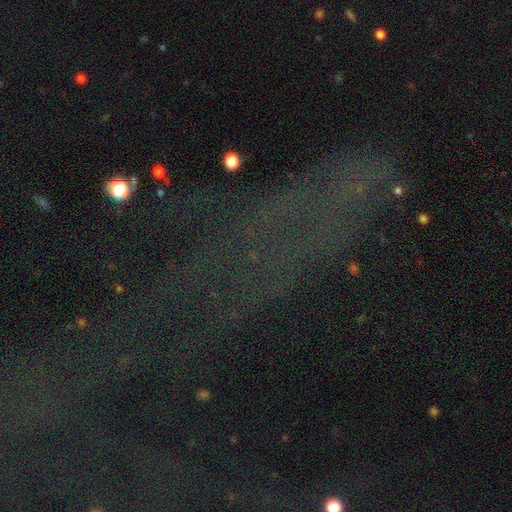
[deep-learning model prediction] Morphology: type=star or artifact (70%).